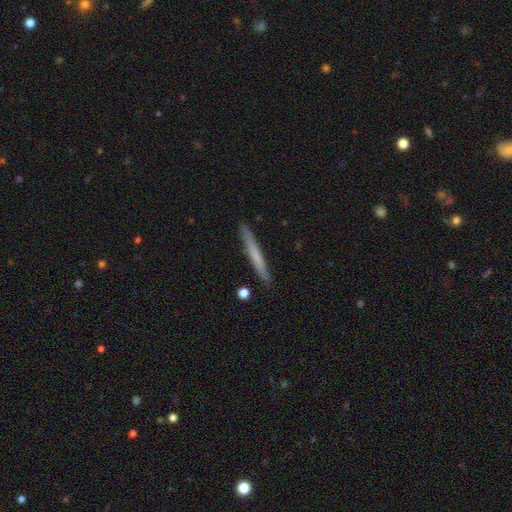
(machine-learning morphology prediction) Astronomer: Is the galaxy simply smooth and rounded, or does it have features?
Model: smooth — 58% (runner-up: featured or disk, 36%).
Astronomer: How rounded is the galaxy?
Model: cigar-shaped — 97%.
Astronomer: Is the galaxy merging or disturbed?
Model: none — 89%.